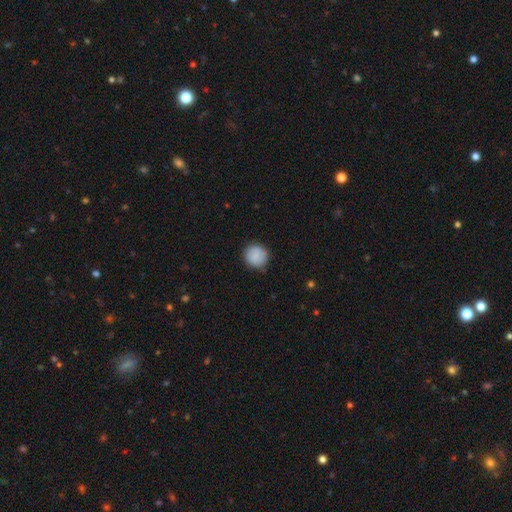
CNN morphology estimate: A smooth galaxy with no disk features (87%) that is round (91%). Merging: none (84%).